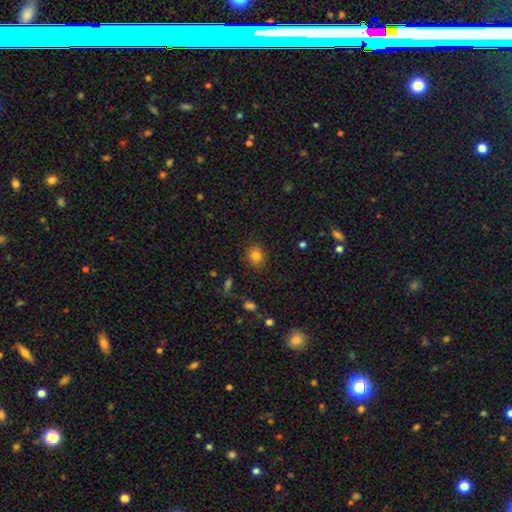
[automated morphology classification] Q: Smooth or featured?
A: smooth (82%); runner-up: star or artifact (12%)
Q: How rounded?
A: round (63%); runner-up: in between (36%)
Q: Merging?
A: none (85%); runner-up: minor disturbance (11%)